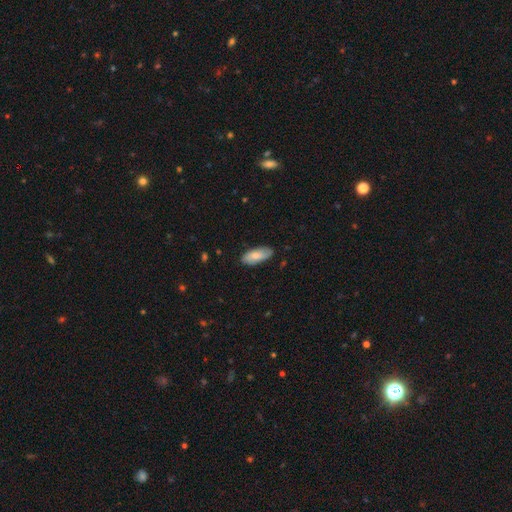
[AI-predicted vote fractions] A smooth galaxy with no disk features (73%) that is in between round and cigar-shaped (86%). Merging: none (82%).